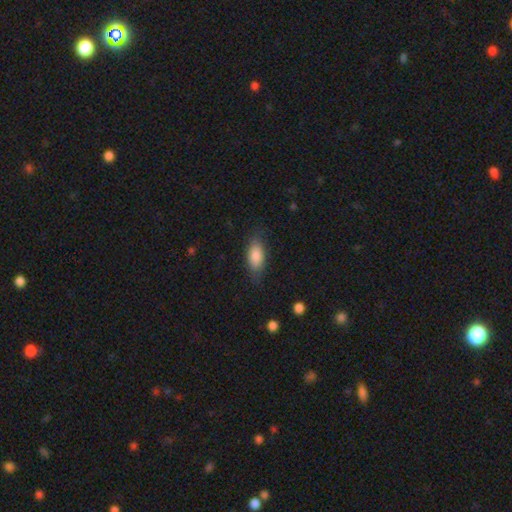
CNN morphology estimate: type=smooth (85%); roundness=in between (86%); merging=none (76%).